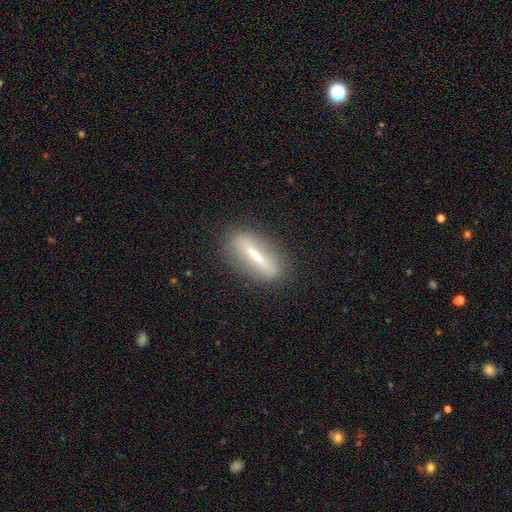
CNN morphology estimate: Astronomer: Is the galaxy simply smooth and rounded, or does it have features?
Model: featured or disk — 49% (runner-up: smooth, 42%).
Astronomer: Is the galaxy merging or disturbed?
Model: none — 82%.